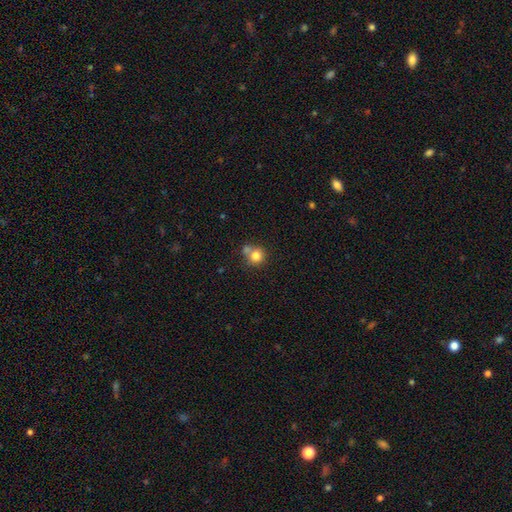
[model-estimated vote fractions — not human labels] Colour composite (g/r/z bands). It shows a smooth galaxy with no disk features (79%) that is round (87%). Merging: none (50%).